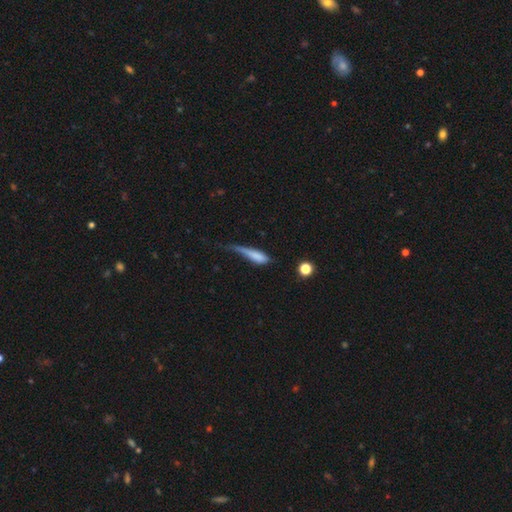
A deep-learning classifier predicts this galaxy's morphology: A smooth galaxy with no disk features (72%) that is cigar-shaped (54%). Merging: major disturbance (40%).